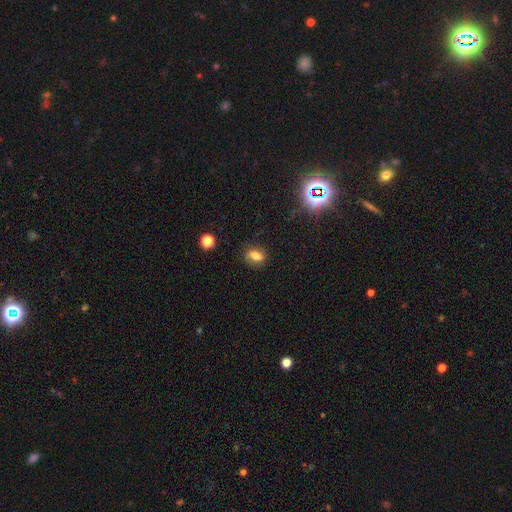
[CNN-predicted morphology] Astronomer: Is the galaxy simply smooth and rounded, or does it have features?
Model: smooth — 62%.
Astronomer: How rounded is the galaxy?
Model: in between — 71%.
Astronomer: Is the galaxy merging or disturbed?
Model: none — 73%.